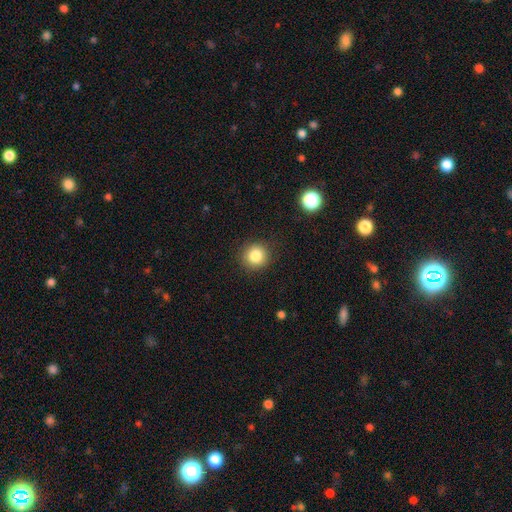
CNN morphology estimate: Overall: smooth (84%). How rounded: round (92%). Merging: none (90%).